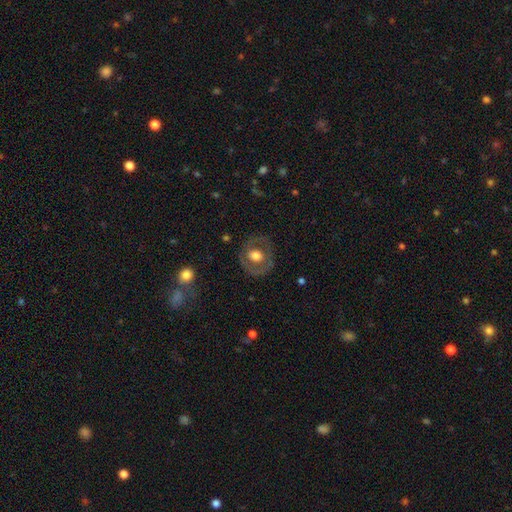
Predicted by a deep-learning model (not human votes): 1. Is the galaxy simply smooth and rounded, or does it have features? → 47% smooth, 46% featured or disk, 7% star or artifact.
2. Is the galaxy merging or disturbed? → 78% none, 13% minor disturbance, 7% major disturbance, 1% merger.